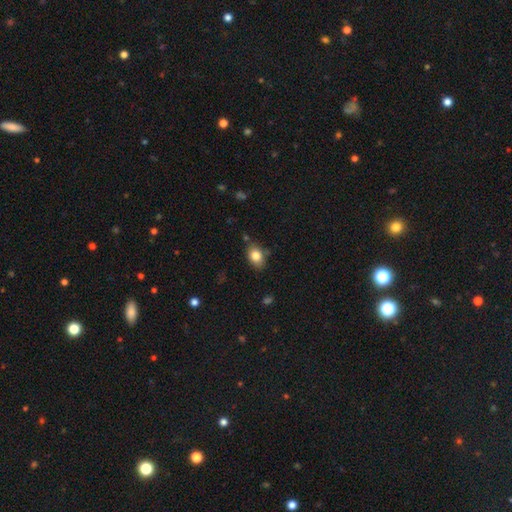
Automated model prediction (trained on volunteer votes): Q: Smooth or featured?
A: smooth (83%); runner-up: featured or disk (9%)
Q: How rounded?
A: in between (76%); runner-up: round (23%)
Q: Merging?
A: none (77%); runner-up: minor disturbance (17%)